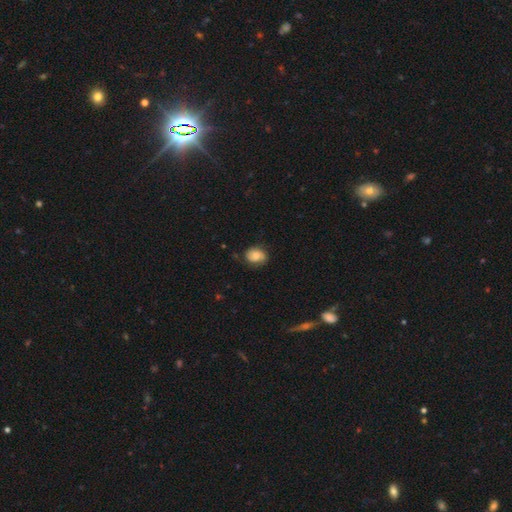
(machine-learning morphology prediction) This is likely a smooth galaxy (73%). How rounded: possibly in between (54%). Merging: likely none (74%).